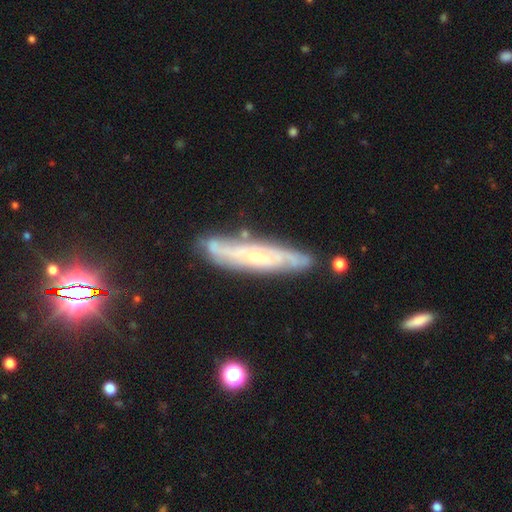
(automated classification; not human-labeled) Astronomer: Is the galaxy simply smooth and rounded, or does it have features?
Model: featured or disk — 76%.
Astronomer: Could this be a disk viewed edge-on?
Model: no — 58% (runner-up: yes, 42%).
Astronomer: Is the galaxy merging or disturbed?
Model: none — 75%.